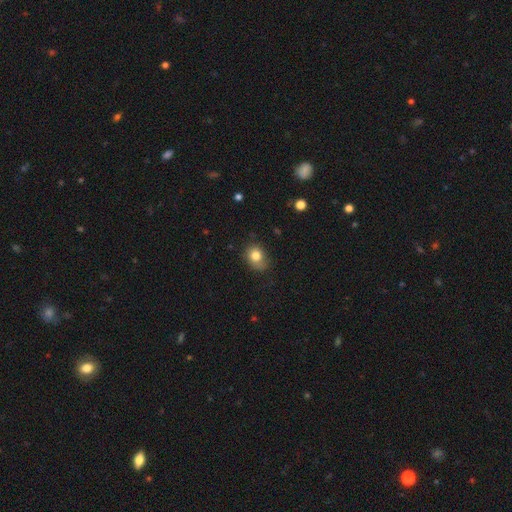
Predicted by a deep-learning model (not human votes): Smooth or featured? smooth (81%)
How rounded? round (52%)
Merging? none (65%)